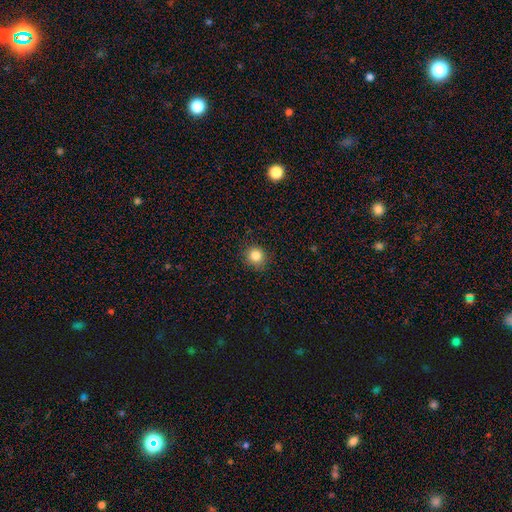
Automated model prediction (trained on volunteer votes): Smooth or featured: smooth — 84% (star or artifact — 11%)
How rounded: round — 87% (in between — 12%)
Merging: none — 88% (minor disturbance — 9%)